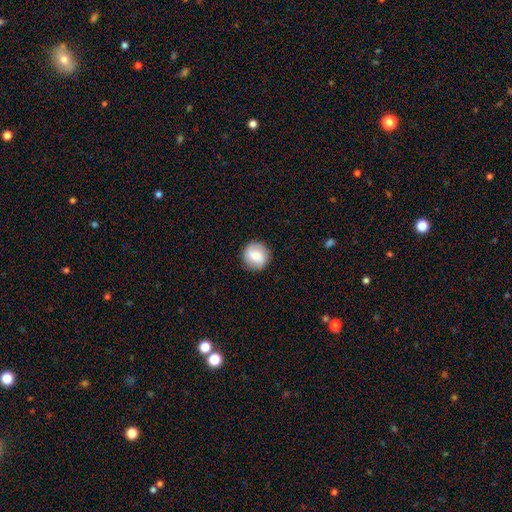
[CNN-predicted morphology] This appears to be a smooth galaxy with no disk features (62%) that is round (91%). Merging: none (87%).